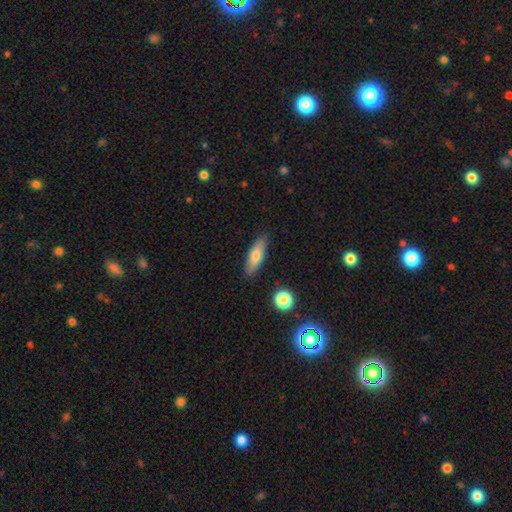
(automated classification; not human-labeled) Smooth or featured: smooth — 71% (featured or disk — 22%)
How rounded: in between — 54% (cigar-shaped — 43%)
Merging: none — 85% (minor disturbance — 11%)